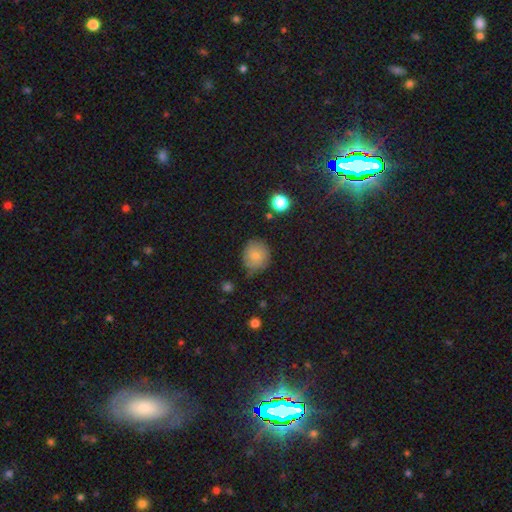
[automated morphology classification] Smooth or featured?
  - smooth: 81% *
  - star or artifact: 10%
  - featured or disk: 10%
How rounded?
  - round: 78% *
  - in between: 21%
  - cigar-shaped: 1%
Merging?
  - none: 73% *
  - minor disturbance: 21%
  - major disturbance: 5%
  - merger: 2%